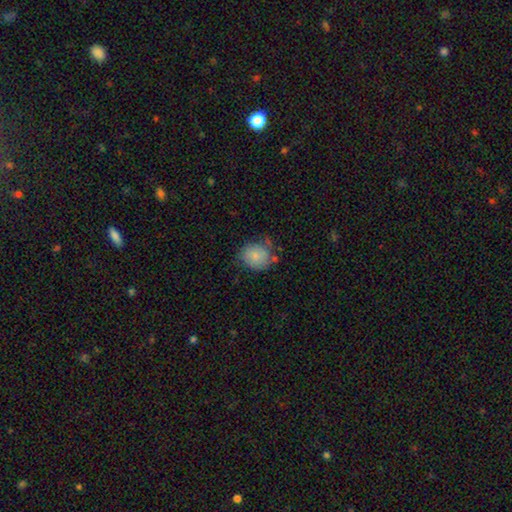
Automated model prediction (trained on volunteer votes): Smooth or featured? smooth (78%)
How rounded? round (69%)
Merging? none (58%)